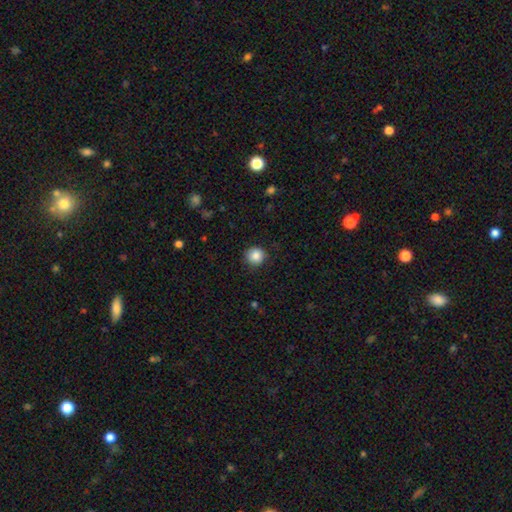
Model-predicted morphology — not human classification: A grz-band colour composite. It shows a smooth galaxy with no disk features (87%) that is round (94%). Merging: none (89%).